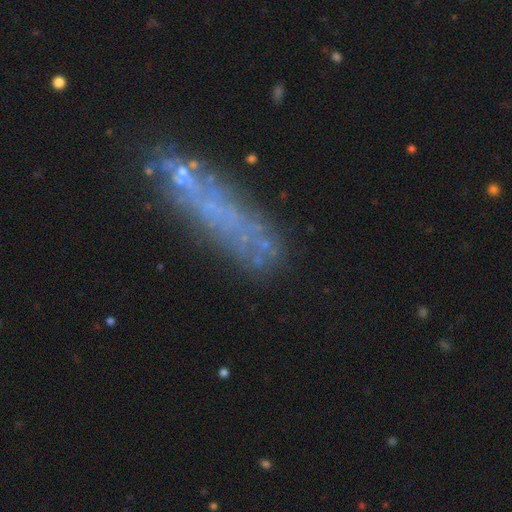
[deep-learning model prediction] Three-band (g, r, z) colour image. It shows a featured or disk galaxy (44%). Merging: none (64%).